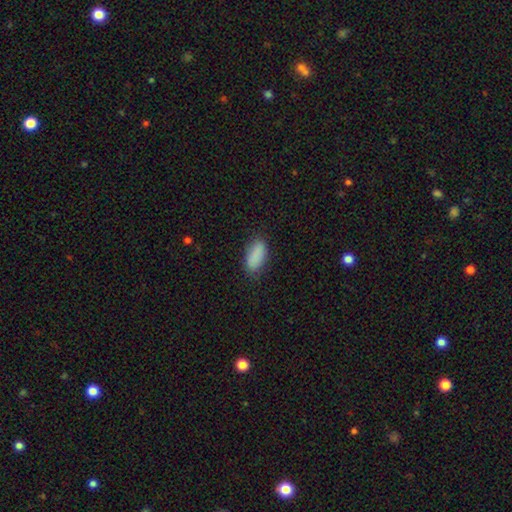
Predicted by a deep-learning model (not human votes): smooth 89%, star or artifact 7%, featured or disk 4%. Down the decision tree: how rounded — in between (86%); merging — none (81%).